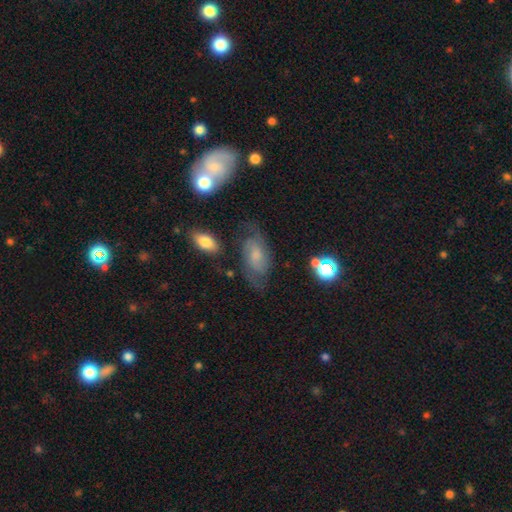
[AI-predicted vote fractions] This is possibly a featured or disk galaxy (58%). It is clearly not viewed edge-on (94%). Bar: likely no (61%). Spiral arm pattern: clearly yes (85%). Central bulge: possibly small (47%). Merging: likely none (62%).